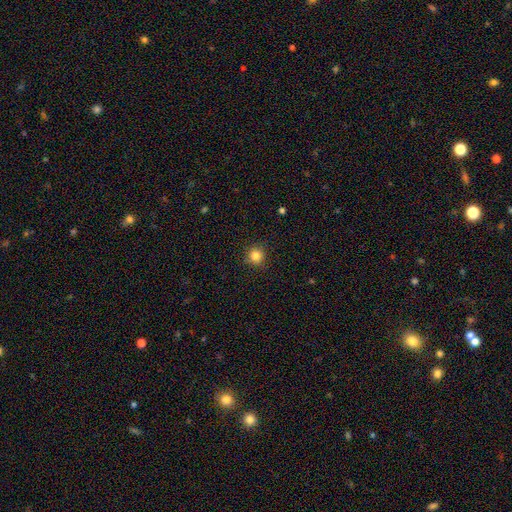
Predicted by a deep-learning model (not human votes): Q: Smooth or featured?
A: smooth (84%); runner-up: star or artifact (12%)
Q: How rounded?
A: round (93%); runner-up: in between (6%)
Q: Merging?
A: none (89%); runner-up: minor disturbance (8%)